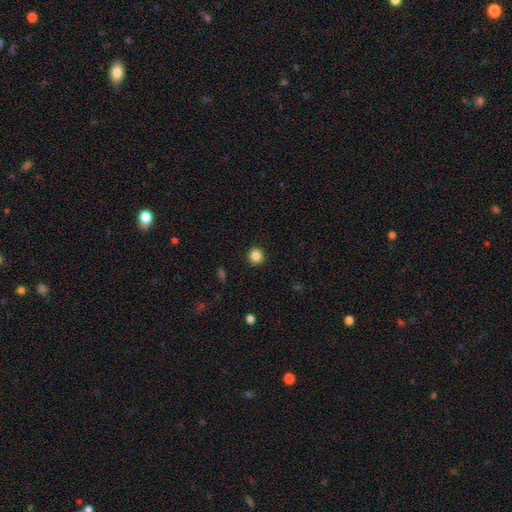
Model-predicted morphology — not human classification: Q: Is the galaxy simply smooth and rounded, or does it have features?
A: smooth — 85%.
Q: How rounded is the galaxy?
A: round — 95%.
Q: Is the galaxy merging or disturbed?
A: none — 93%.